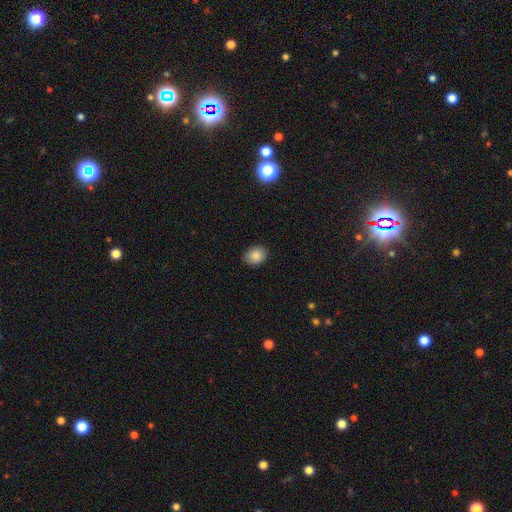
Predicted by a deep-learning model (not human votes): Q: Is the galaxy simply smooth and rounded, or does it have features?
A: smooth — 86%.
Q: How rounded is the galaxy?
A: round — 57%.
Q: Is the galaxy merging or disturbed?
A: none — 84%.